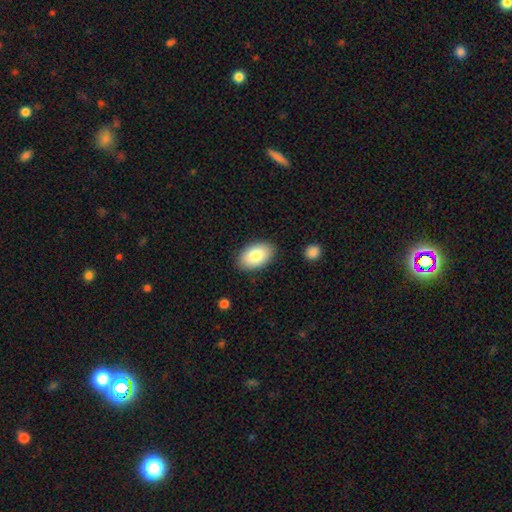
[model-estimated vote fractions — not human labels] Smooth or featured?
  - smooth: 82% *
  - featured or disk: 11%
  - star or artifact: 7%
How rounded?
  - in between: 93% *
  - round: 6%
  - cigar-shaped: 1%
Merging?
  - none: 87% *
  - minor disturbance: 10%
  - major disturbance: 2%
  - merger: 2%